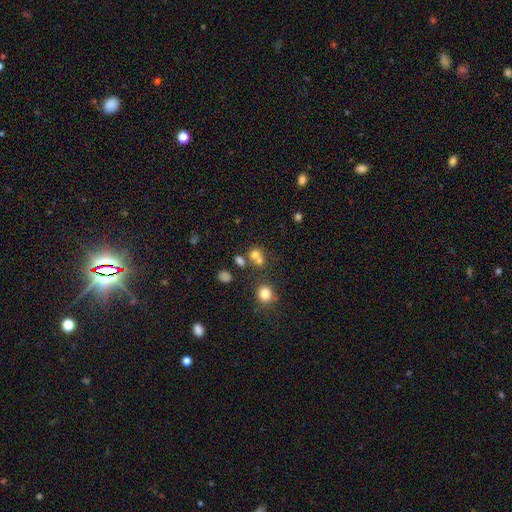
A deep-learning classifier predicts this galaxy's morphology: Smooth or featured?
  - smooth: 70% *
  - star or artifact: 18%
  - featured or disk: 12%
How rounded?
  - round: 76% *
  - in between: 23%
  - cigar-shaped: 1%
Merging?
  - merger: 46% *
  - none: 42%
  - minor disturbance: 8%
  - major disturbance: 4%